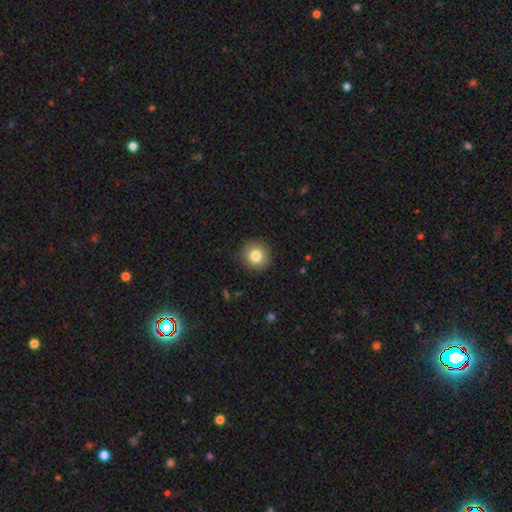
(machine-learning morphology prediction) Overall: smooth (82%). How rounded: round (94%). Merging: none (91%).